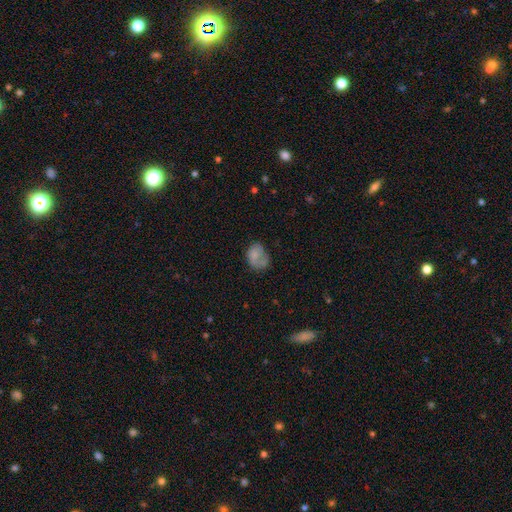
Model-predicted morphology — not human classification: The model was most divided on "merging": none: 39%, minor disturbance: 28%, major disturbance: 26%, merger: 6%. More confident: smooth or featured — smooth (69%); how rounded — in between (63%).